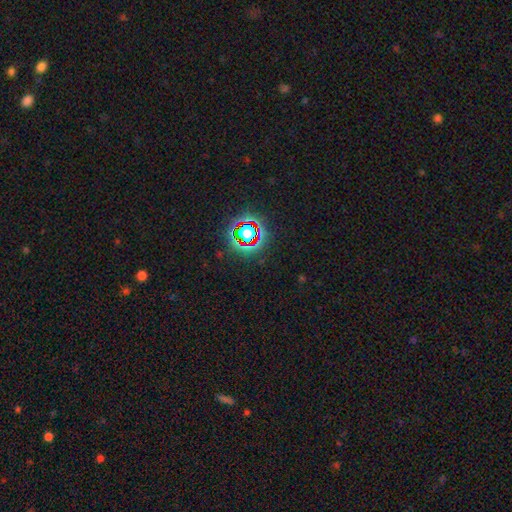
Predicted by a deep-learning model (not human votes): A star or artifact, not a galaxy (78%).